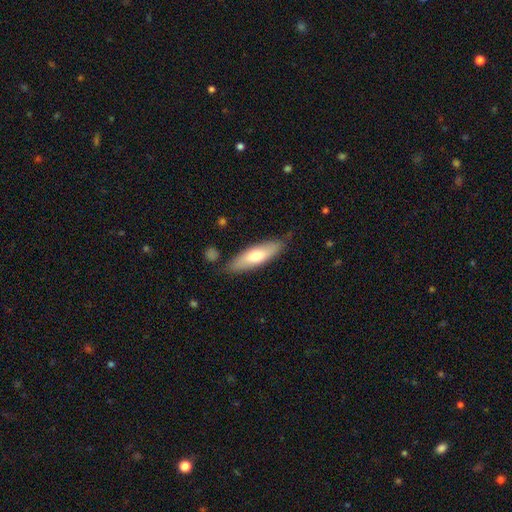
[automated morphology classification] smooth-or-featured: smooth: 66% | featured or disk: 29% | star or artifact: 5%
  how-rounded: cigar-shaped: 50% | in between: 48% | round: 2%
  merging: none: 80% | minor disturbance: 15% | major disturbance: 3% | merger: 3%